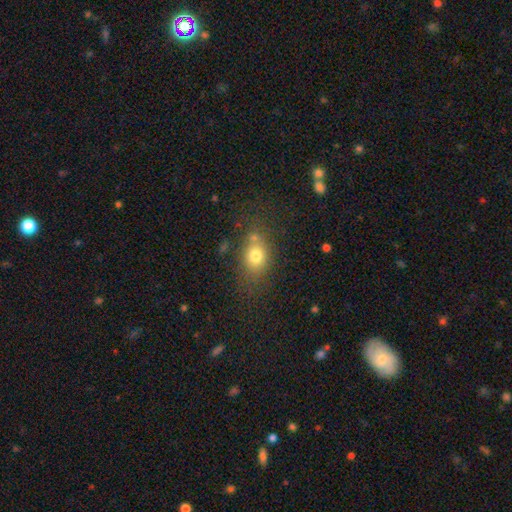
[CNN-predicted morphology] Smooth or featured? Predicted: smooth (p=0.76). How rounded? Predicted: in between (p=0.58). Merging? Predicted: none (p=0.64).